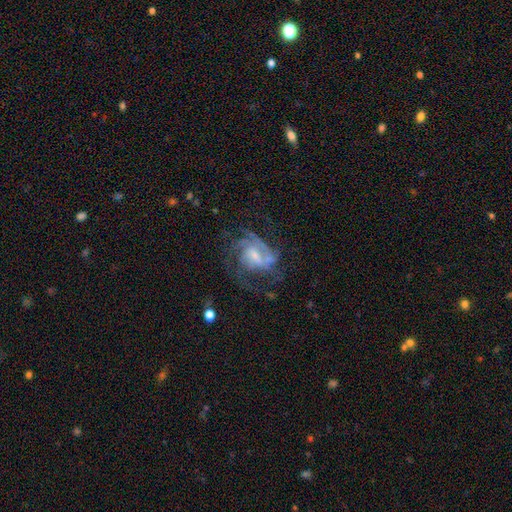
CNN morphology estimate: smooth_or_featured: featured or disk (p=0.82) [alt: smooth p=0.11]
disk_edge_on: no (p=0.97) [alt: yes p=0.03]
bar: weak (p=0.50) [alt: no p=0.35]
has_spiral_arms: yes (p=0.91) [alt: no p=0.09]
spiral_winding: medium (p=0.45) [alt: tight p=0.36]
spiral_arm_count: can't tell (p=0.30) [alt: 3 p=0.26]
bulge_size: small (p=0.48) [alt: moderate p=0.34]
merging: none (p=0.47) [alt: major disturbance p=0.31]